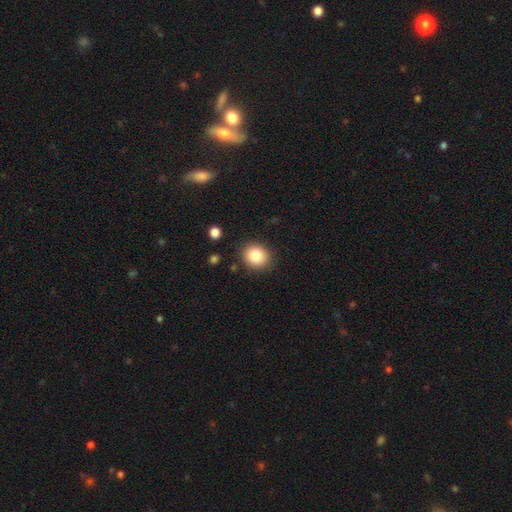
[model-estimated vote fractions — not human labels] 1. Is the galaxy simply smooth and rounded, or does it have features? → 87% smooth, 9% star or artifact, 5% featured or disk.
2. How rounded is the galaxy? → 73% round, 26% in between, 1% cigar-shaped.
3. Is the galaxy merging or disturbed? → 86% none, 9% minor disturbance, 3% major disturbance, 2% merger.